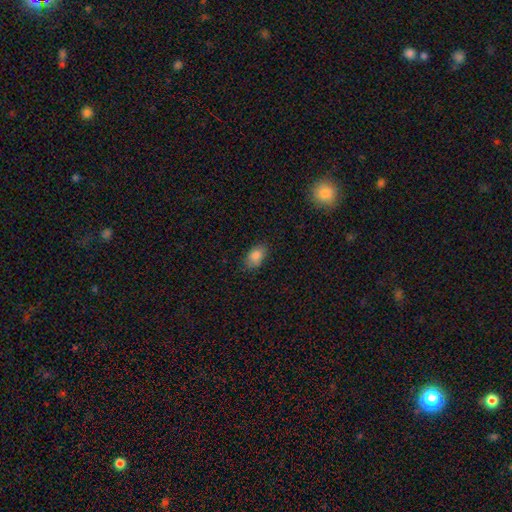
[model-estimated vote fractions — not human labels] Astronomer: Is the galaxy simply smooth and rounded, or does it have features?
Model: smooth — 86%.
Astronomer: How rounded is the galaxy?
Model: in between — 88%.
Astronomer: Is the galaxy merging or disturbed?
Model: none — 81%.